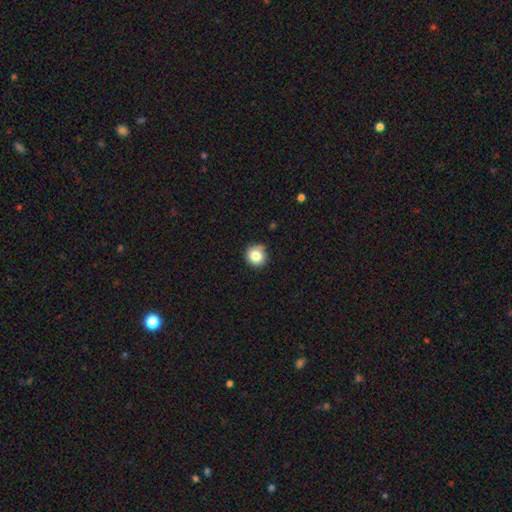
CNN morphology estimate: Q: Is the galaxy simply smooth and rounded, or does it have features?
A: smooth — 83%.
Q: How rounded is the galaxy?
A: round — 91%.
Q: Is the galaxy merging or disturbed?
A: none — 79%.